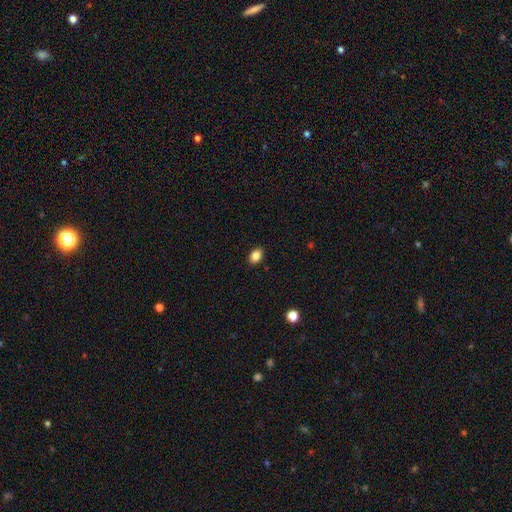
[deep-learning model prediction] The model was most divided on "how rounded": in between: 80%, round: 19%, cigar-shaped: 1%. More confident: merging — none (89%); smooth or featured — smooth (85%).